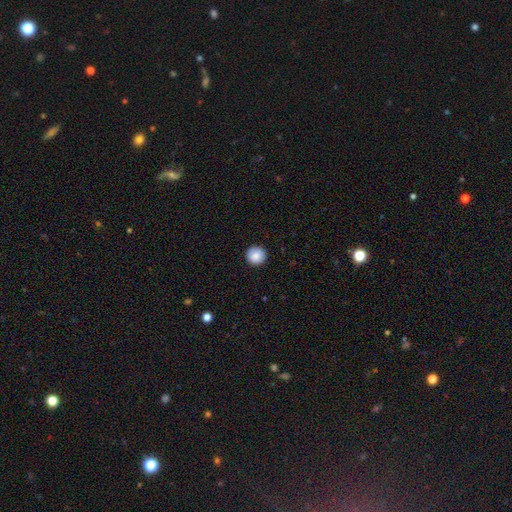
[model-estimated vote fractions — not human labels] This is clearly a smooth galaxy (86%). How rounded: clearly round (95%). Merging: clearly none (92%).